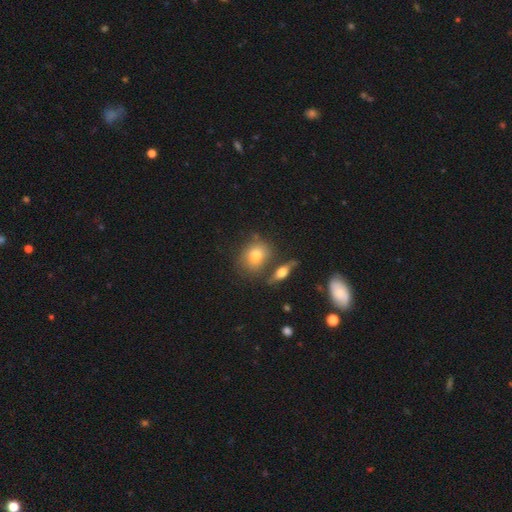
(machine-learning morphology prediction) Smooth or featured: smooth — 75% (featured or disk — 15%)
How rounded: round — 56% (in between — 42%)
Merging: none — 64% (merger — 16%)